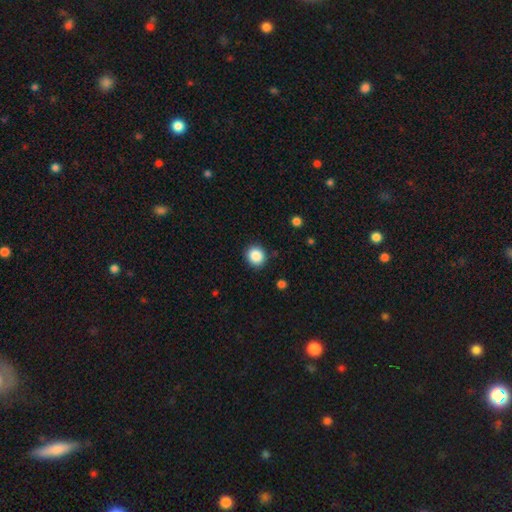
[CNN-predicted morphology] Smooth or featured: smooth — 87% (star or artifact — 9%)
How rounded: round — 84% (in between — 15%)
Merging: none — 89% (minor disturbance — 7%)